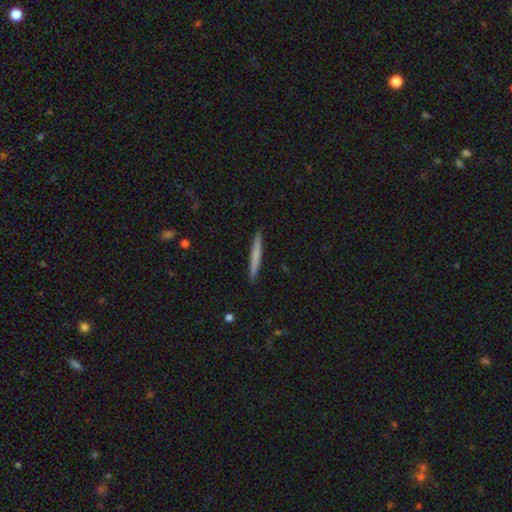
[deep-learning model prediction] smooth_or_featured: smooth (p=0.64) [alt: featured or disk p=0.30]
how_rounded: cigar-shaped (p=0.97) [alt: in between p=0.02]
merging: none (p=0.92) [alt: minor disturbance p=0.06]